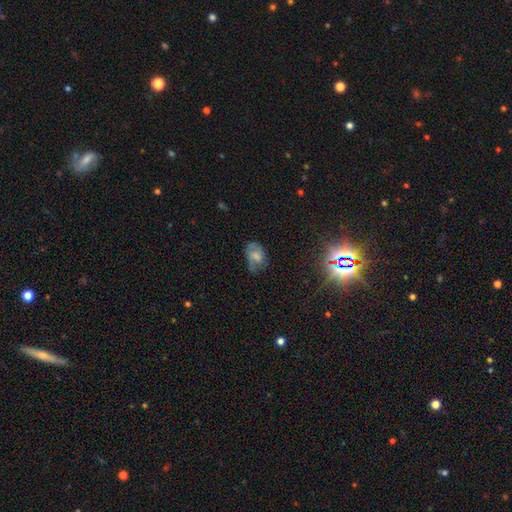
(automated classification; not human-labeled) This appears to be a smooth galaxy with no disk features (54%) that is in between round and cigar-shaped (83%). Merging: none (47%).